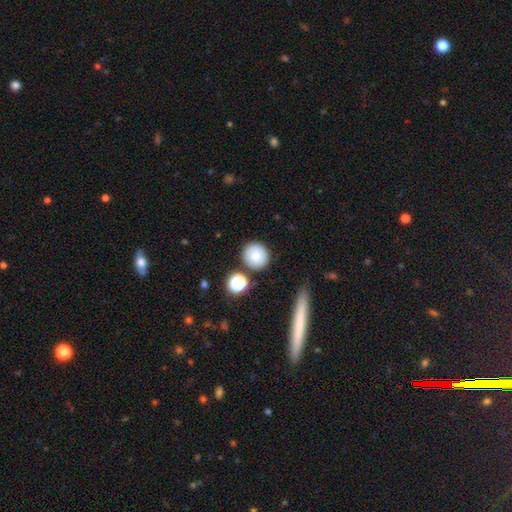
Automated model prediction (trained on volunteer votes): Morphology: type=smooth (81%); roundness=round (92%); merging=none (82%).